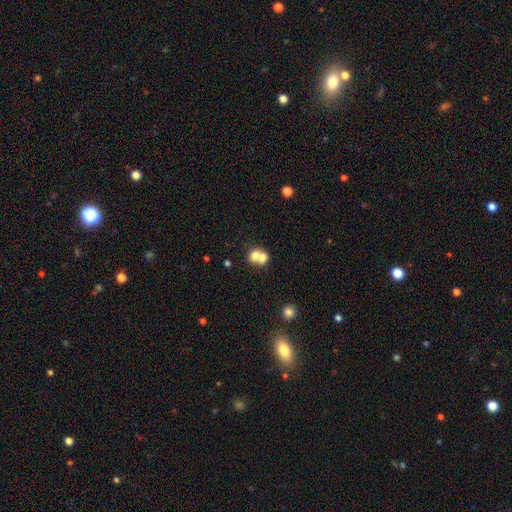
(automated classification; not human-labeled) Morphology: type=smooth (69%); roundness=round (68%); merging=merger (66%).